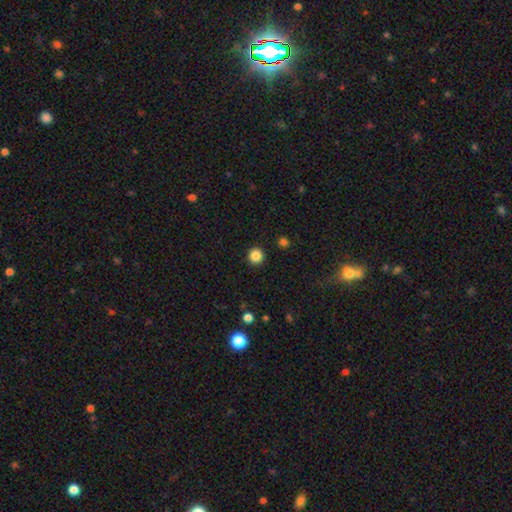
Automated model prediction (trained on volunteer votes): This is clearly a smooth galaxy (86%). How rounded: clearly round (95%). Merging: clearly none (93%).